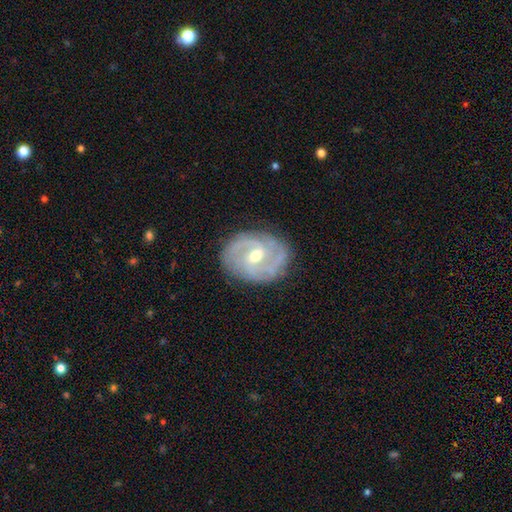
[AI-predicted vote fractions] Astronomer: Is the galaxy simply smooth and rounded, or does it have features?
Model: featured or disk — 87%.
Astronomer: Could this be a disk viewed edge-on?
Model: no — 97%.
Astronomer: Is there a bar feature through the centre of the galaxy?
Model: weak — 56%.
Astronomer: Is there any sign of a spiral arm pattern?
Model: yes — 95%.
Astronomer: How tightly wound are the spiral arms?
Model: tight — 50% (runner-up: medium, 40%).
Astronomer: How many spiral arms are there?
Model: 2 — 45% (runner-up: 3, 24%).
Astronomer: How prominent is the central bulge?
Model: moderate — 64%.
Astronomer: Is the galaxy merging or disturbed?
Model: none — 80%.